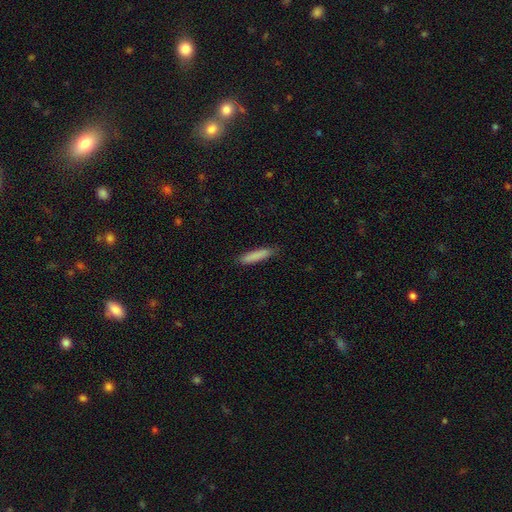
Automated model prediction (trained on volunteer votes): This appears to be a smooth galaxy with no disk features (85%) that is cigar-shaped (87%). Merging: none (86%).